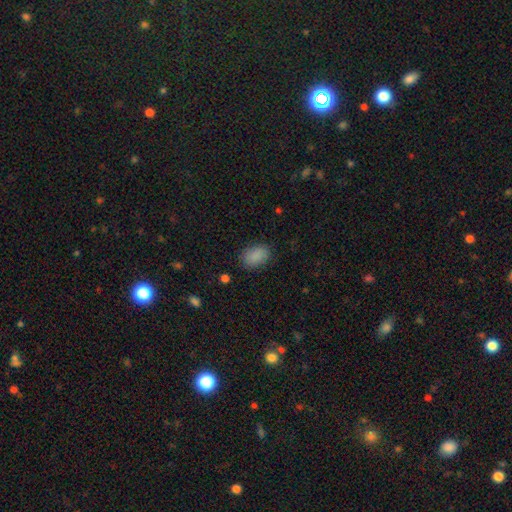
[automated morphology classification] This appears to be a smooth galaxy with no disk features (88%) that is in between round and cigar-shaped (86%). Merging: none (83%).